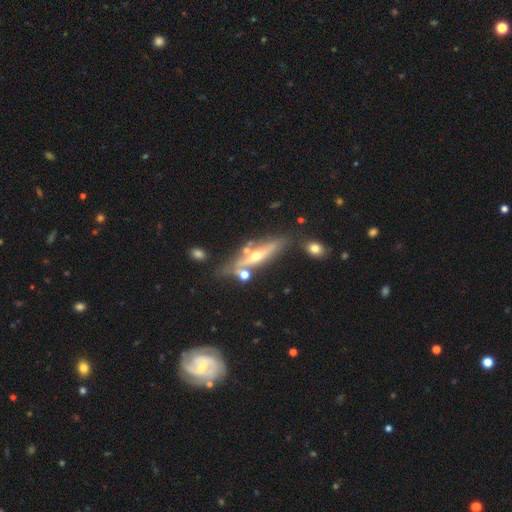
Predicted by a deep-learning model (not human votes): Smooth or featured? Predicted: featured or disk (p=0.76). Edge-on disk? Predicted: yes (p=0.87). Edge-on bulge? Predicted: rounded (p=0.89). Merging? Predicted: none (p=0.68).